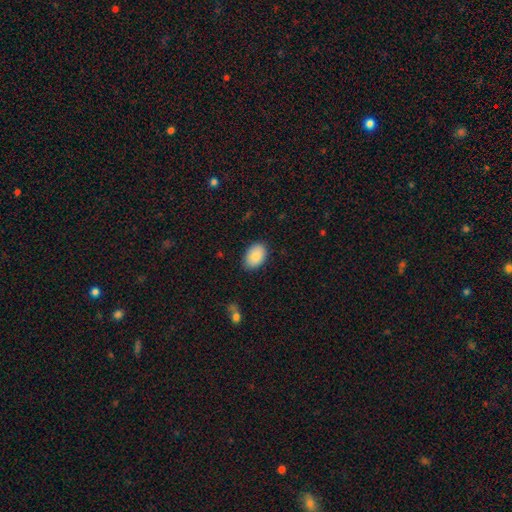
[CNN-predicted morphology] Q: Smooth or featured?
A: smooth (90%); runner-up: star or artifact (6%)
Q: How rounded?
A: in between (88%); runner-up: round (11%)
Q: Merging?
A: none (84%); runner-up: minor disturbance (13%)